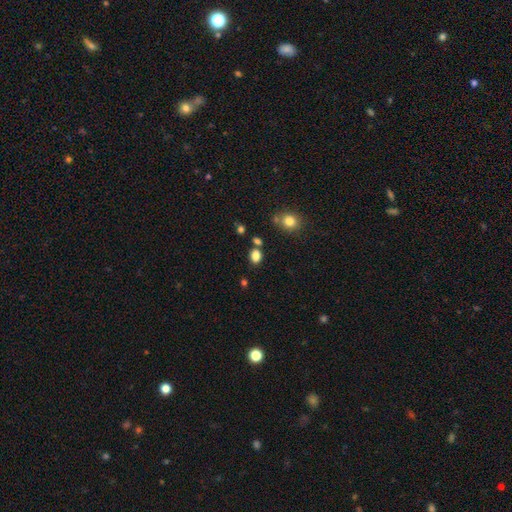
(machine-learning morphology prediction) The model was most divided on "how rounded": in between: 56%, round: 43%, cigar-shaped: 1%. More confident: smooth or featured — smooth (82%); merging — none (74%).